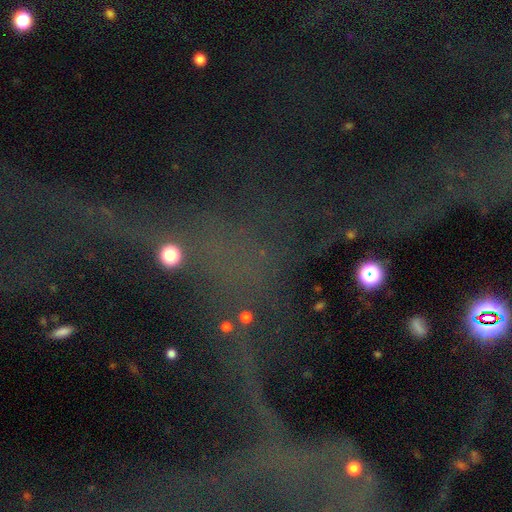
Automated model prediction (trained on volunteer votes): smooth-or-featured: star or artifact: 72% | featured or disk: 15% | smooth: 14%